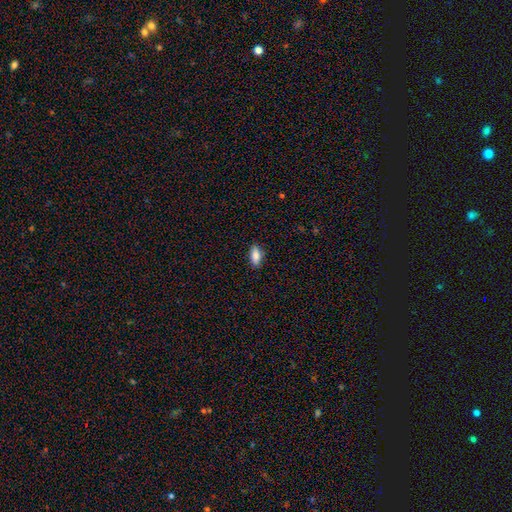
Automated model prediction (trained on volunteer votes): The model was most divided on "how rounded": in between: 85%, cigar-shaped: 12%, round: 3%. More confident: merging — none (86%); smooth or featured — smooth (84%).